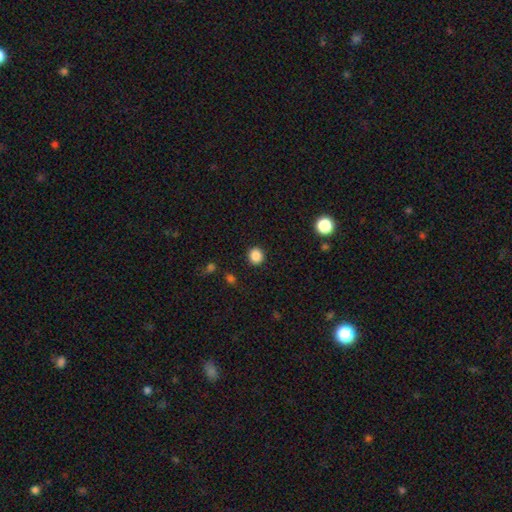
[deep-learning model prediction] Smooth or featured?
  - smooth: 87% *
  - star or artifact: 10%
  - featured or disk: 3%
How rounded?
  - round: 88% *
  - in between: 11%
  - cigar-shaped: 1%
Merging?
  - none: 91% *
  - minor disturbance: 6%
  - major disturbance: 2%
  - merger: 1%